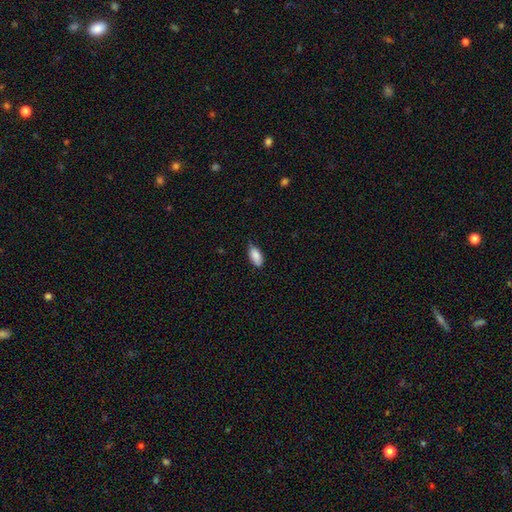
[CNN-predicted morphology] A smooth galaxy with no disk features (87%) that is in between round and cigar-shaped (91%). Merging: none (69%).